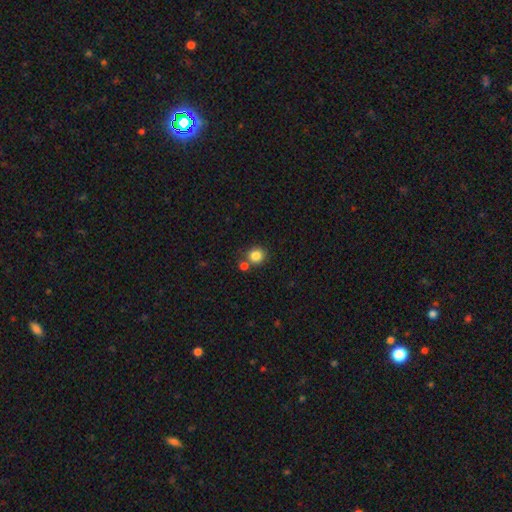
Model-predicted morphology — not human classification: The model was most divided on "merging": none: 70%, merger: 19%, minor disturbance: 9%, major disturbance: 3%. More confident: how rounded — round (91%); smooth or featured — smooth (84%).